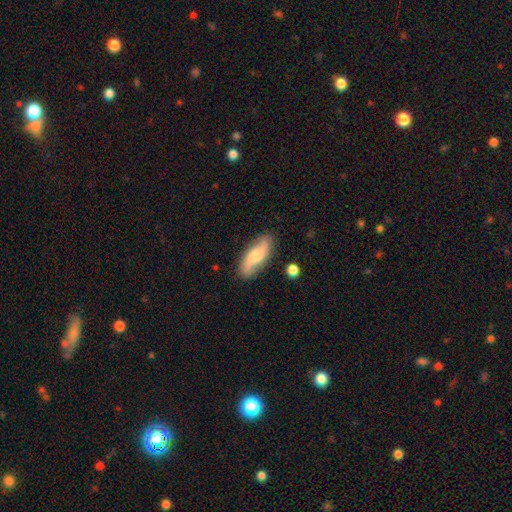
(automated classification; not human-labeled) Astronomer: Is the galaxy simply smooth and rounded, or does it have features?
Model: smooth — 54% (runner-up: featured or disk, 40%).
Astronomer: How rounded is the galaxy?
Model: in between — 73%.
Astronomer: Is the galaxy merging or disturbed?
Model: none — 82%.